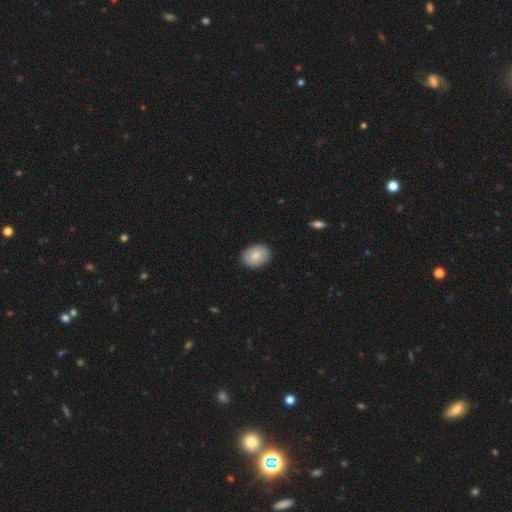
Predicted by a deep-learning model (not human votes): Smooth or featured: smooth — 82% (featured or disk — 11%)
How rounded: in between — 73% (round — 26%)
Merging: none — 90% (minor disturbance — 8%)